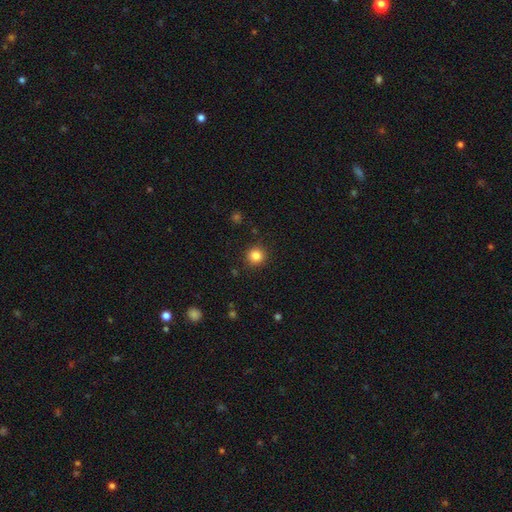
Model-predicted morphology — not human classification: Q: Smooth or featured?
A: smooth (84%); runner-up: star or artifact (11%)
Q: How rounded?
A: round (94%); runner-up: in between (5%)
Q: Merging?
A: none (90%); runner-up: minor disturbance (6%)